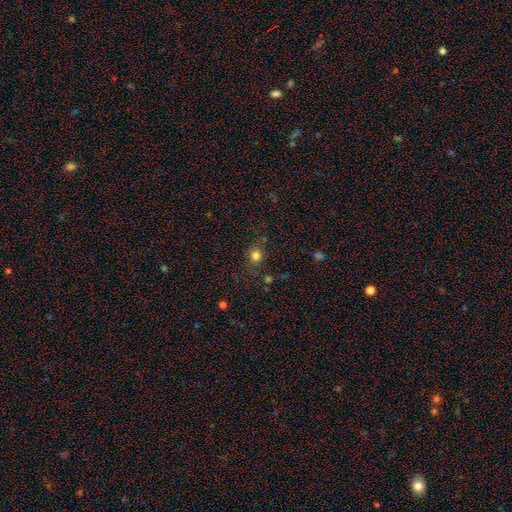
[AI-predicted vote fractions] Overall: smooth (78%). How rounded: round (81%). Merging: none (78%).